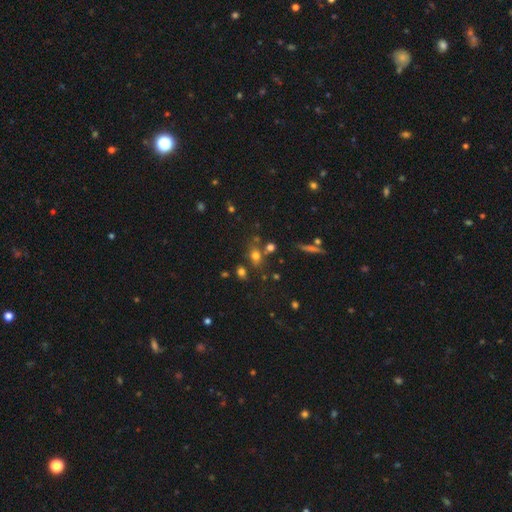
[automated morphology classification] The model was most divided on "how rounded": in between: 51%, round: 44%, cigar-shaped: 4%. More confident: smooth or featured — smooth (67%); merging — none (65%).